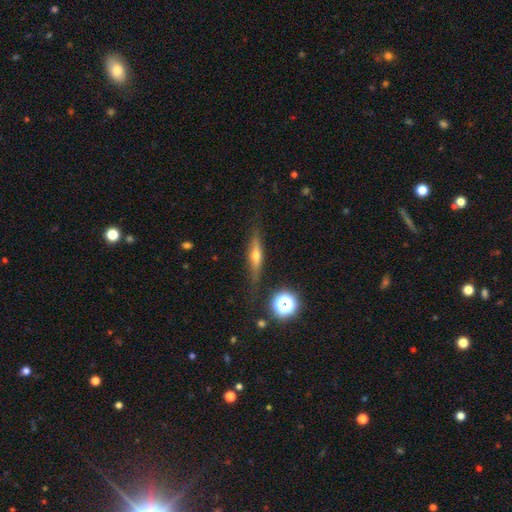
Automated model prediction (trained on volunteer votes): smooth-or-featured: featured or disk: 58% | smooth: 31% | star or artifact: 11%
  disk-edge-on: yes: 94% | no: 6%
    edge-on-bulge: rounded: 90% | none: 6% | boxy: 5%
  merging: none: 84% | minor disturbance: 12% | major disturbance: 3% | merger: 2%